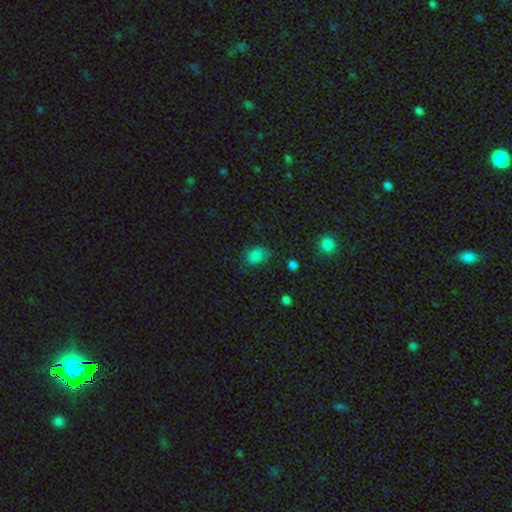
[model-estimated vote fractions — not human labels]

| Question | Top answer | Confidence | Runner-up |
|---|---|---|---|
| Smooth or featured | smooth | 82% | star or artifact (13%) |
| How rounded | in between | 62% | round (37%) |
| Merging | none | 70% | minor disturbance (22%) |